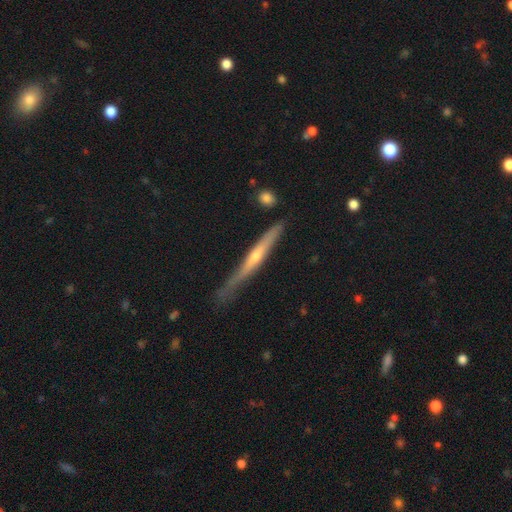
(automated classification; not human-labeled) Q: Smooth or featured?
A: featured or disk (73%); runner-up: smooth (21%)
Q: Edge-on disk?
A: yes (97%); runner-up: no (3%)
Q: Edge-on bulge?
A: rounded (72%); runner-up: none (23%)
Q: Merging?
A: none (78%); runner-up: minor disturbance (17%)